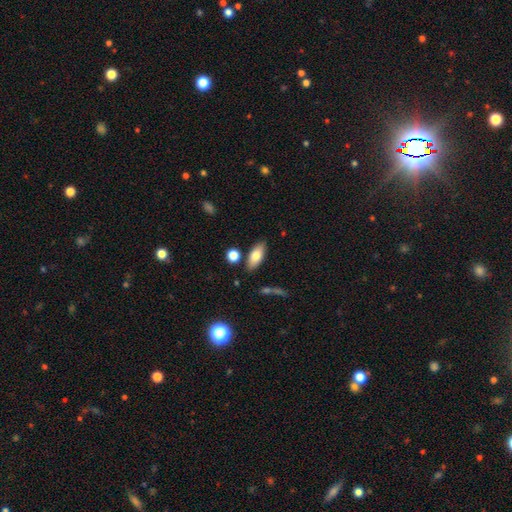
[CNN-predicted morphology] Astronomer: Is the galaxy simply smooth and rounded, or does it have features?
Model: smooth — 77%.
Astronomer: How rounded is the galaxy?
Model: in between — 84%.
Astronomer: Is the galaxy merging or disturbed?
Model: none — 82%.